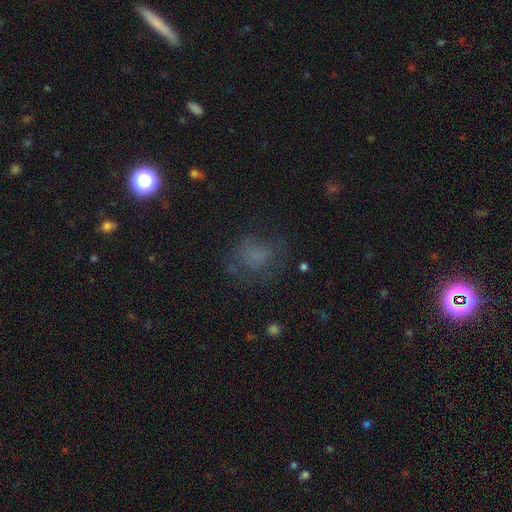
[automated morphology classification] A smooth galaxy with no disk features (58%) that is round (66%). Merging: none (61%).